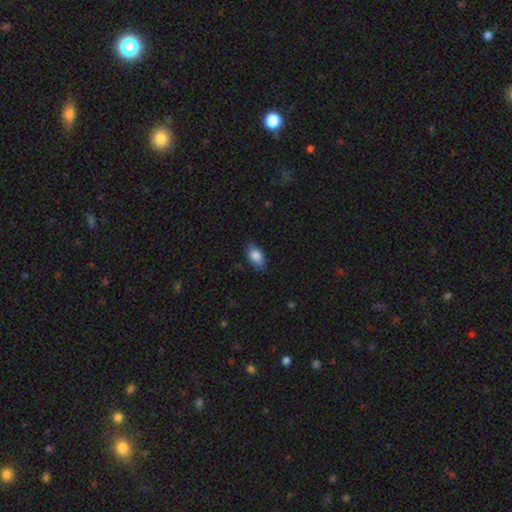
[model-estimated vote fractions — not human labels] Overall: smooth (86%). How rounded: in between (91%). Merging: none (82%).